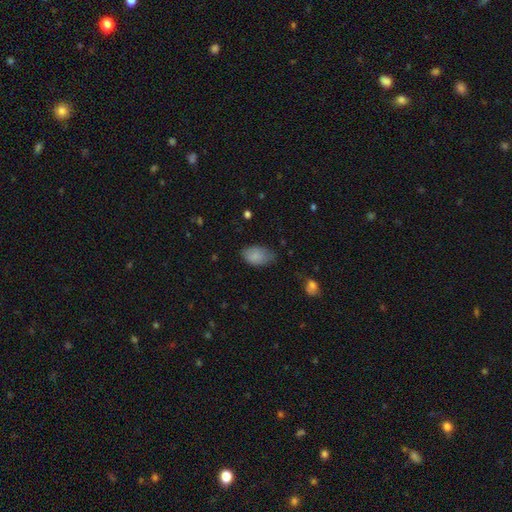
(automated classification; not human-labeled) smooth 85%, star or artifact 8%, featured or disk 8%. Down the decision tree: how rounded — in between (89%); merging — none (55%).